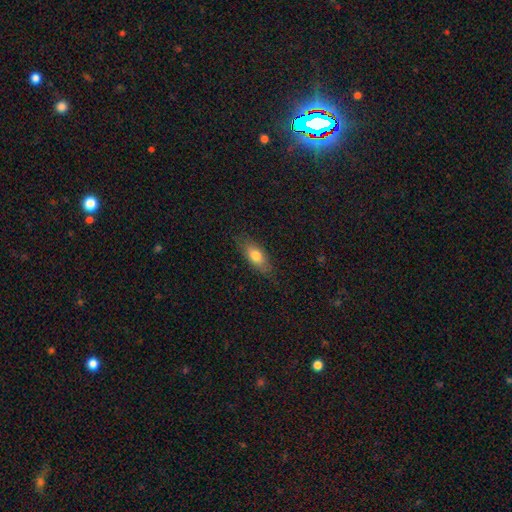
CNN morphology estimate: The model was most divided on "smooth or featured": smooth: 74%, featured or disk: 19%, star or artifact: 7%. More confident: merging — none (80%); how rounded — in between (78%).